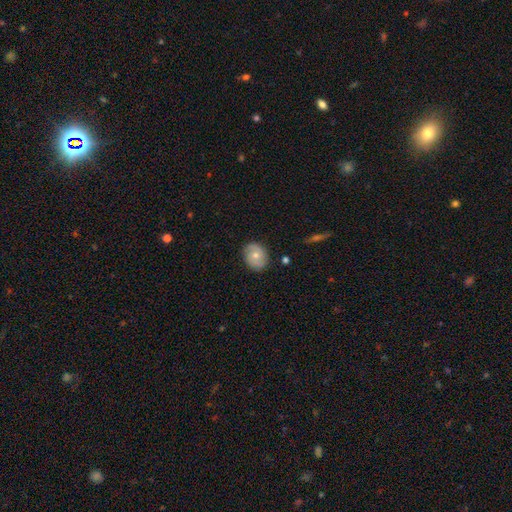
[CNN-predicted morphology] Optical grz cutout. It shows a smooth galaxy with no disk features (50%) that is round (57%). Merging: none (81%).